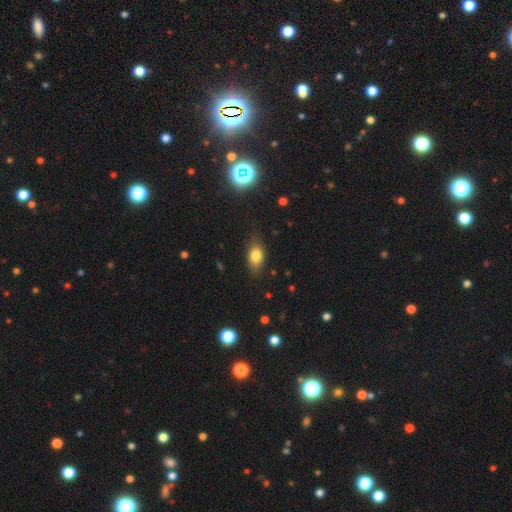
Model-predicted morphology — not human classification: Smooth or featured? Predicted: smooth (p=0.78). How rounded? Predicted: in between (p=0.81). Merging? Predicted: none (p=0.76).